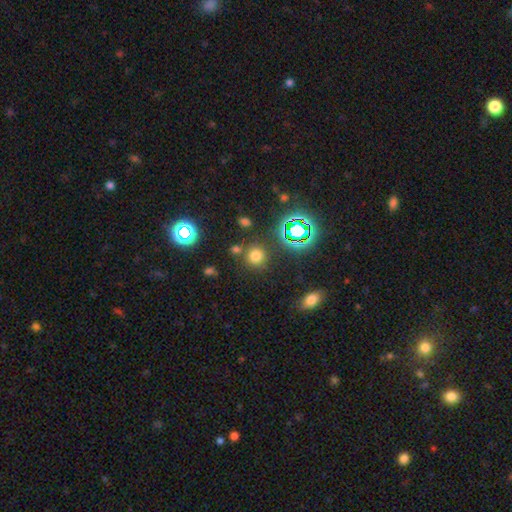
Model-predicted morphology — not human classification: smooth 68%, star or artifact 25%, featured or disk 6%. Down the decision tree: how rounded — round (91%); merging — none (80%).